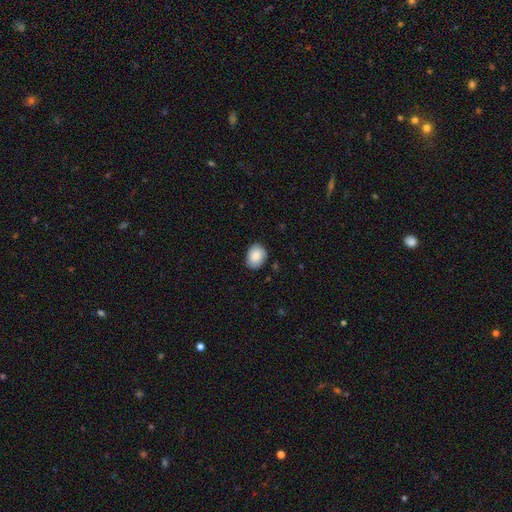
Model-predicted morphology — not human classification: This is clearly a smooth galaxy (87%). How rounded: likely in between (63%). Merging: clearly none (83%).